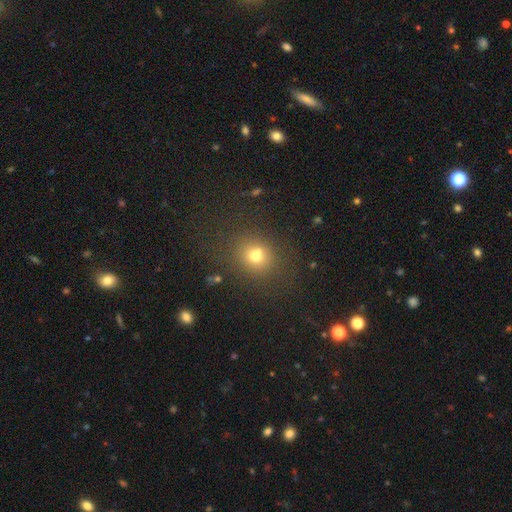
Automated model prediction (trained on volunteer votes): Morphology: type=smooth (70%); roundness=round (74%); merging=none (67%).